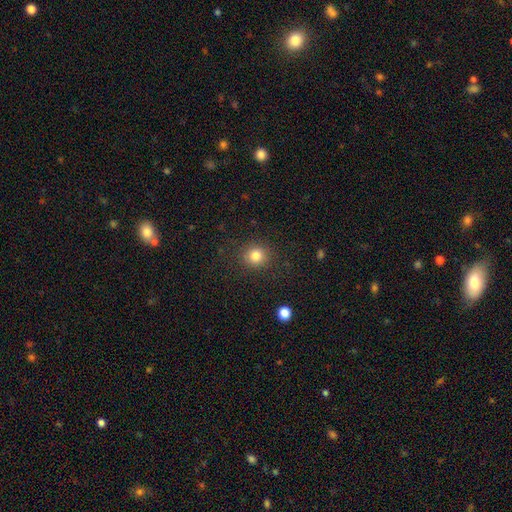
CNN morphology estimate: A smooth galaxy with no disk features (82%) that is round (87%).

Vote fractions:
- Smooth or featured? smooth: 82% / star or artifact: 12% / featured or disk: 6%
- How rounded? round: 87% / in between: 13% / cigar-shaped: 1%
- Merging? none: 88% / minor disturbance: 8% / major disturbance: 3% / merger: 1%